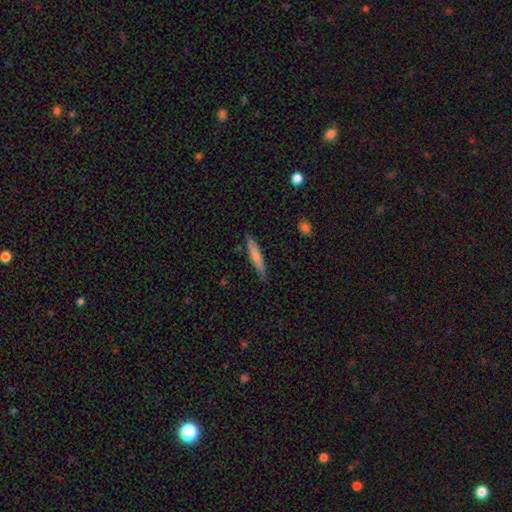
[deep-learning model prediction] A smooth galaxy with no disk features (71%) that is cigar-shaped (92%). Merging: none (83%).